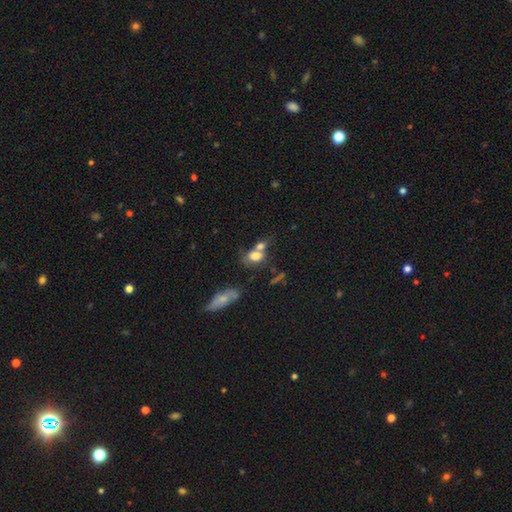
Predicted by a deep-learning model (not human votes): Morphology: type=smooth (74%); roundness=in between (69%); merging=merger (49%).